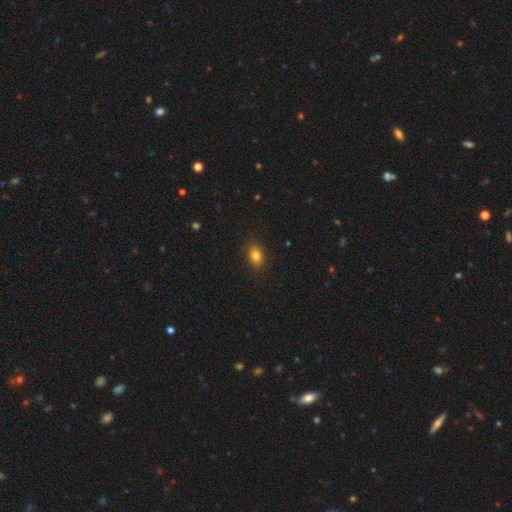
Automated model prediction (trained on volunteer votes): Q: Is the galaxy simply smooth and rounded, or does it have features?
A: smooth — 83%.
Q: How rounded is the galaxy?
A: in between — 76%.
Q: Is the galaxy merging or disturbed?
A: none — 88%.